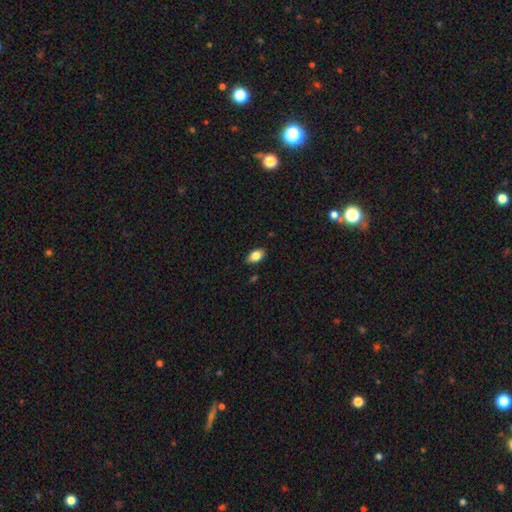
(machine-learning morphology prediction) This appears to be a smooth galaxy with no disk features (82%) that is in between round and cigar-shaped (89%). Merging: none (85%).